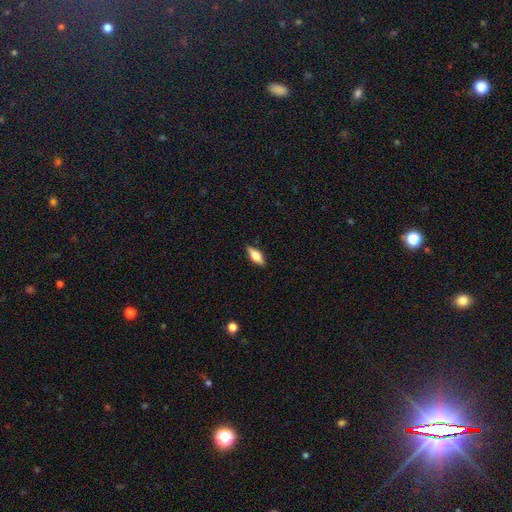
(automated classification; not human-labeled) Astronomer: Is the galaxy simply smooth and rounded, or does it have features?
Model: smooth — 63%.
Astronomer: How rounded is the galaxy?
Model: in between — 70%.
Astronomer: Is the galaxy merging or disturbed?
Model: none — 84%.